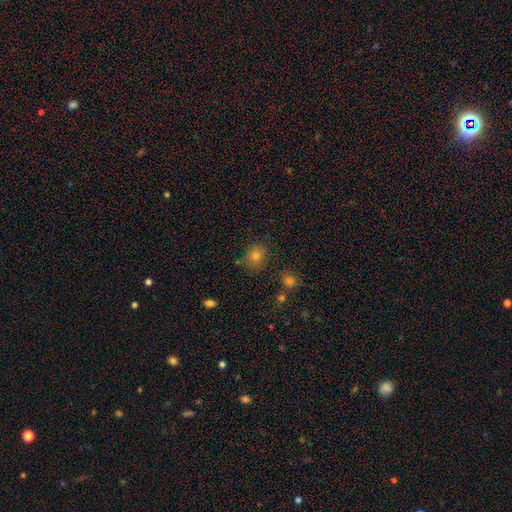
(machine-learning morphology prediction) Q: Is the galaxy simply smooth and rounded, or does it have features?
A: smooth — 73%.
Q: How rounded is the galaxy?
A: round — 74%.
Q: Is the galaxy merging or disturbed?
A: none — 80%.